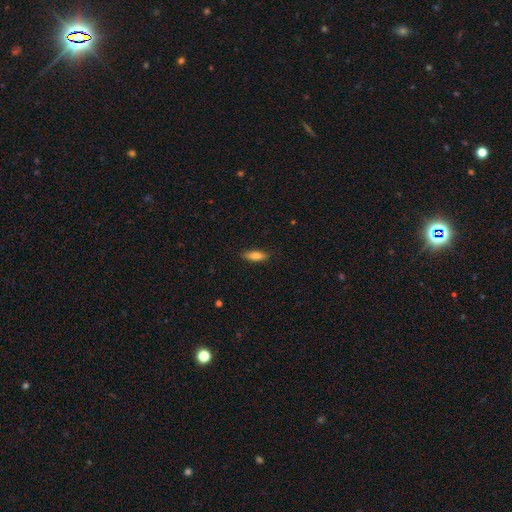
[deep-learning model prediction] A smooth galaxy with no disk features (77%) that is in between round and cigar-shaped (49%, tied with cigar-shaped). Merging: none (84%).